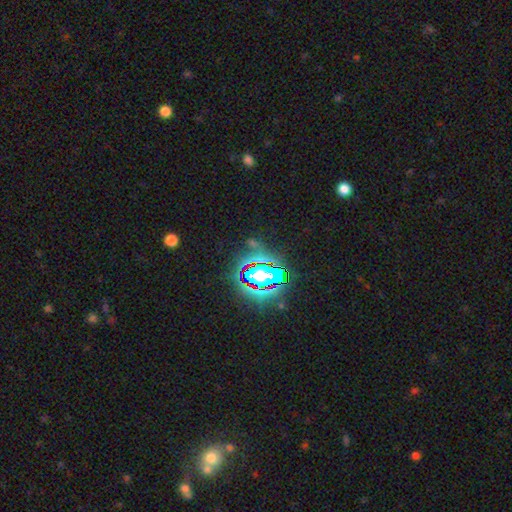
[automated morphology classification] smooth-or-featured: star or artifact: 82% | smooth: 10% | featured or disk: 7%